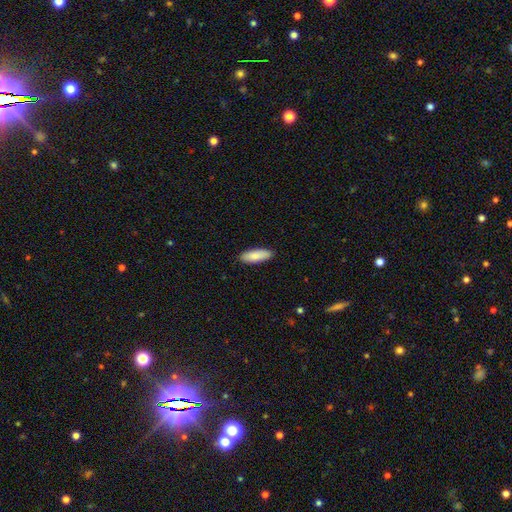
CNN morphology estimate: Smooth or featured?
  - smooth: 87% *
  - featured or disk: 7%
  - star or artifact: 5%
How rounded?
  - in between: 62% *
  - cigar-shaped: 37%
  - round: 2%
Merging?
  - none: 90% *
  - minor disturbance: 8%
  - major disturbance: 2%
  - merger: 1%